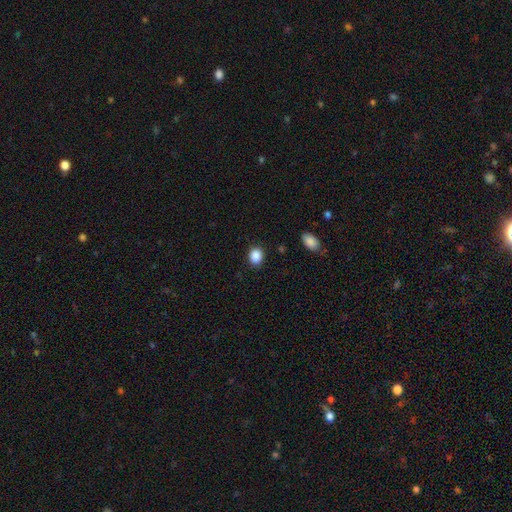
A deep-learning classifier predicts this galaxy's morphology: type=smooth (88%); roundness=round (51%); merging=none (88%).